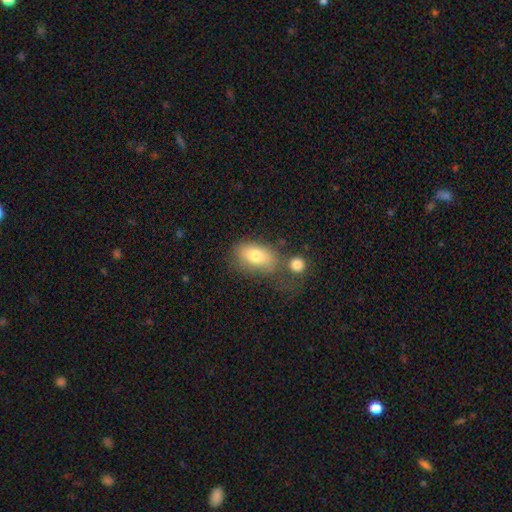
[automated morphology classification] type=smooth (77%); roundness=in between (86%); merging=none (49%).